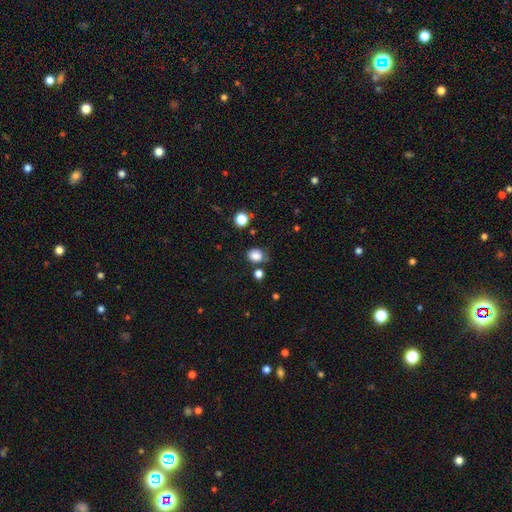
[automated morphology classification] Smooth or featured? smooth (84%)
How rounded? round (65%)
Merging? none (72%)